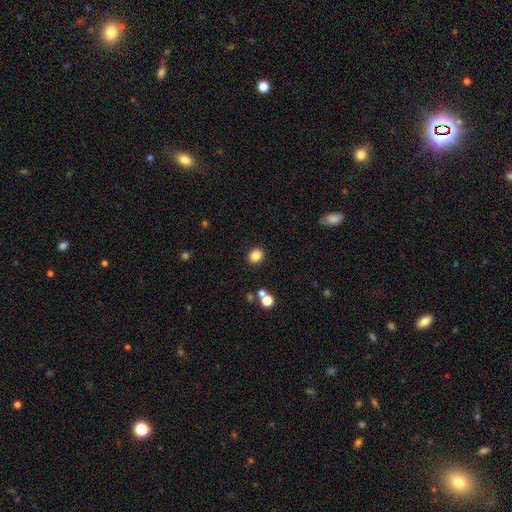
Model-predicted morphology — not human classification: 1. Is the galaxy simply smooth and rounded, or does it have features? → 84% smooth, 11% star or artifact, 4% featured or disk.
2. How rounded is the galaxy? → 65% round, 35% in between, 1% cigar-shaped.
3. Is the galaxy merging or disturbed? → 88% none, 7% minor disturbance, 3% merger, 2% major disturbance.